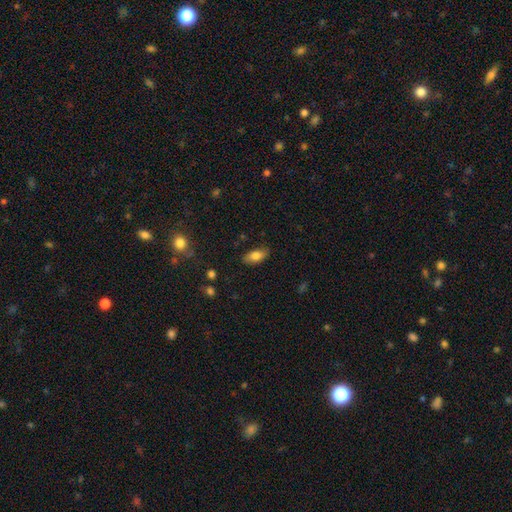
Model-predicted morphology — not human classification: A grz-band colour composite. It shows a smooth galaxy with no disk features (80%) that is in between round and cigar-shaped (87%). Merging: none (82%).